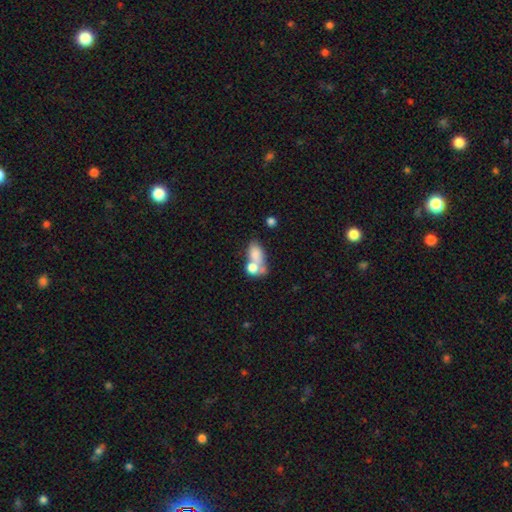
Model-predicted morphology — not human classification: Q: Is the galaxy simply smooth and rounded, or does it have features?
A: smooth — 71%.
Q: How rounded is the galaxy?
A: in between — 82%.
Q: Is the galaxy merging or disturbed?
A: merger — 57%.